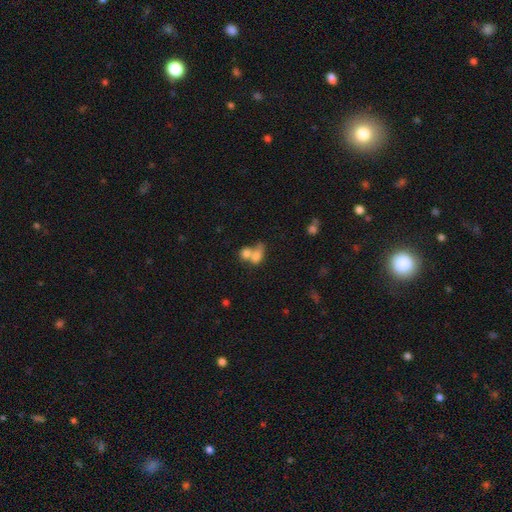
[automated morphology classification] Smooth or featured?
  - smooth: 73% *
  - featured or disk: 17%
  - star or artifact: 10%
How rounded?
  - in between: 58% *
  - round: 39%
  - cigar-shaped: 3%
Merging?
  - merger: 69% *
  - none: 17%
  - minor disturbance: 7%
  - major disturbance: 7%